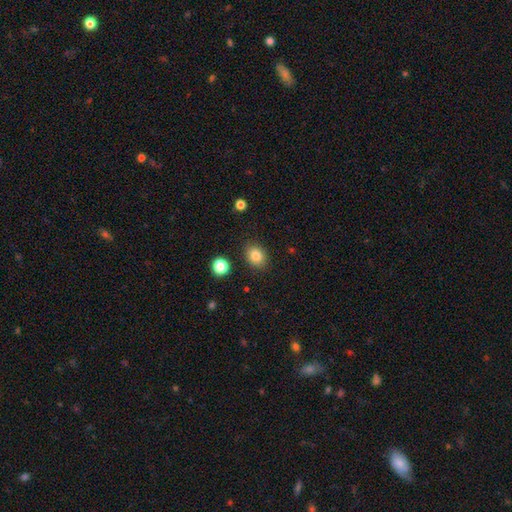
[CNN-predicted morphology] This is clearly a smooth galaxy (83%). How rounded: possibly in between (52%). Merging: clearly none (87%).